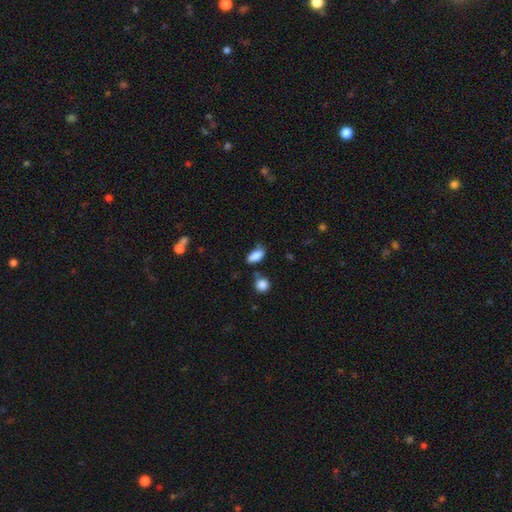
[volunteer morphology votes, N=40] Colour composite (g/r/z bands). It shows a smooth galaxy with no disk features (78%) that is in between round and cigar-shaped (90%). Merging: none (50%).